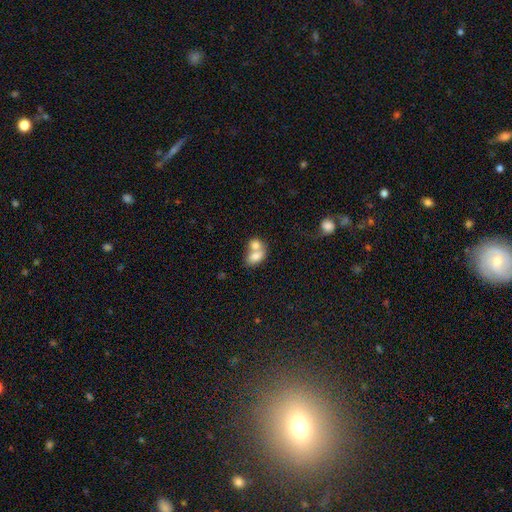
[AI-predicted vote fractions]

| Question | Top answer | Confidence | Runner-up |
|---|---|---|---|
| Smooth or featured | smooth | 75% | featured or disk (17%) |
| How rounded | in between | 75% | round (24%) |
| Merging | merger | 71% | none (19%) |